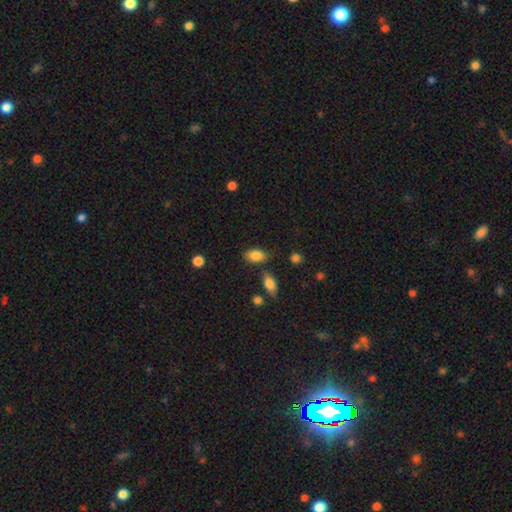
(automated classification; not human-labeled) Smooth or featured?
  - smooth: 85% *
  - star or artifact: 8%
  - featured or disk: 7%
How rounded?
  - in between: 89% *
  - round: 8%
  - cigar-shaped: 2%
Merging?
  - none: 73% *
  - minor disturbance: 17%
  - merger: 6%
  - major disturbance: 4%